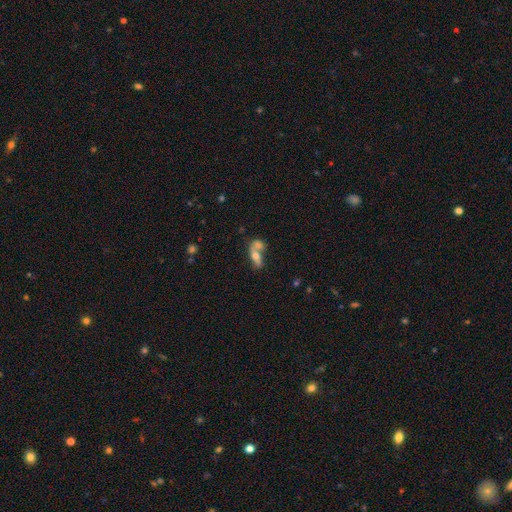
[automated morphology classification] smooth-or-featured: smooth: 55% | featured or disk: 34% | star or artifact: 10%
  how-rounded: in between: 70% | cigar-shaped: 20% | round: 11%
  merging: merger: 61% | none: 23% | minor disturbance: 9% | major disturbance: 7%